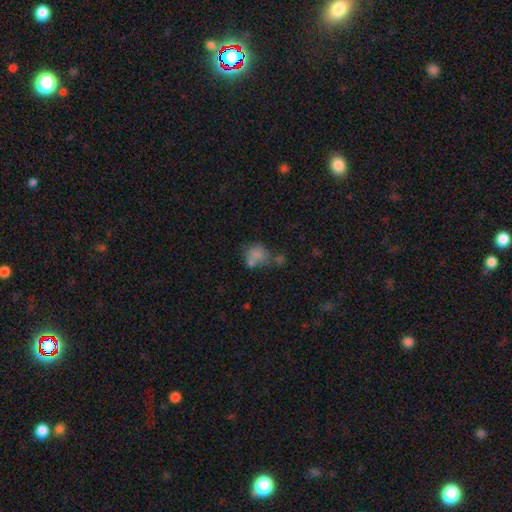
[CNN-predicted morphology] Smooth or featured? smooth (75%)
How rounded? round (65%)
Merging? none (42%)